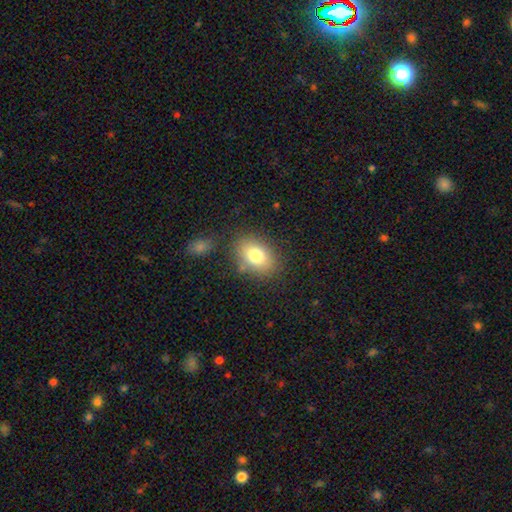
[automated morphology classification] Smooth or featured? Predicted: smooth (p=0.78). How rounded? Predicted: in between (p=0.77). Merging? Predicted: none (p=0.78).